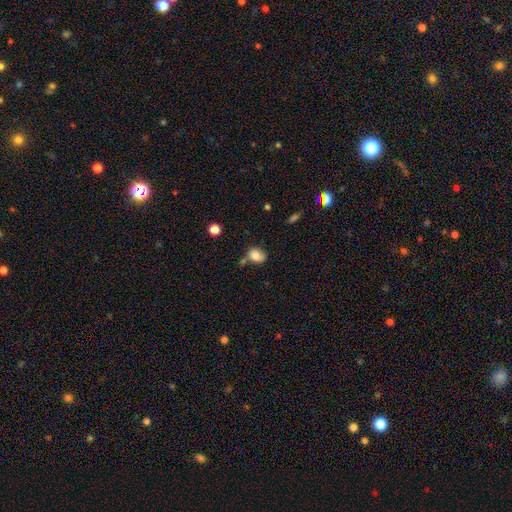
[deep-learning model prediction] smooth 81%, star or artifact 10%, featured or disk 9%. Down the decision tree: how rounded — in between (63%); merging — none (57%).